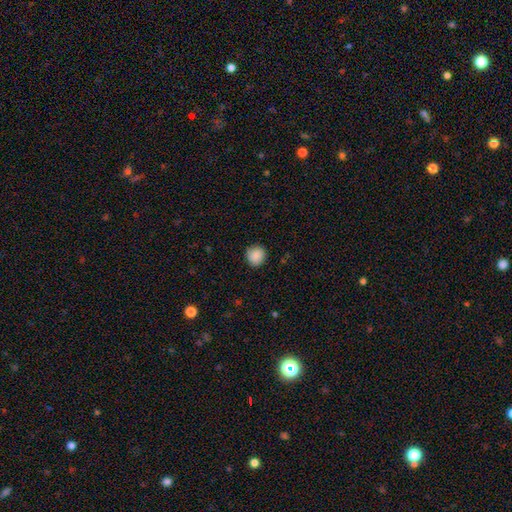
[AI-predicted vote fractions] This appears to be a smooth galaxy with no disk features (89%) that is round (91%). Merging: none (89%).